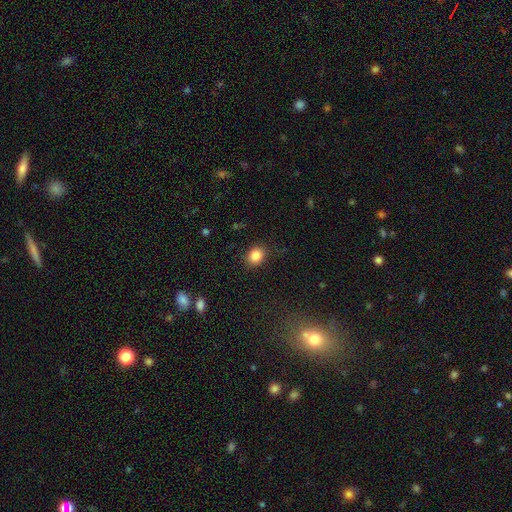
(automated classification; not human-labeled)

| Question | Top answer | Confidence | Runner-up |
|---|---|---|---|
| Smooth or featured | smooth | 85% | star or artifact (10%) |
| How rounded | round | 56% | in between (43%) |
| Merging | none | 86% | minor disturbance (10%) |